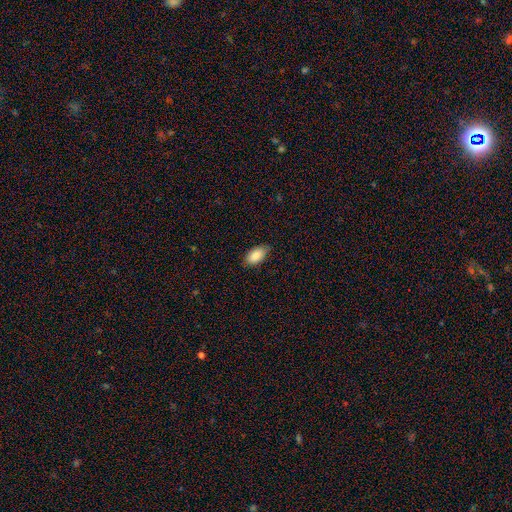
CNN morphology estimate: smooth 87%, star or artifact 6%, featured or disk 6%. Down the decision tree: how rounded — in between (94%); merging — none (79%).